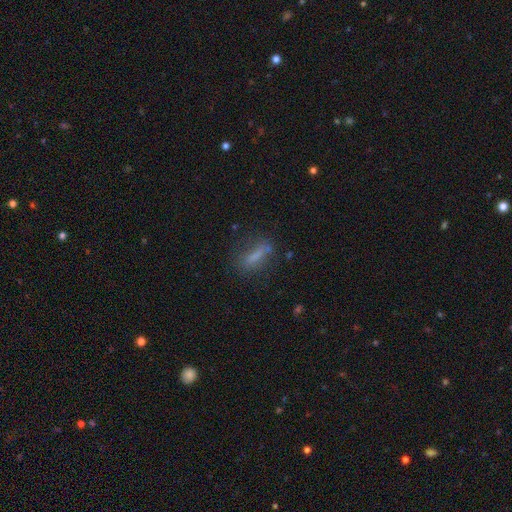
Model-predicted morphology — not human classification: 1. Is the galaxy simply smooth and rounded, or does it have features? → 67% smooth, 21% featured or disk, 12% star or artifact.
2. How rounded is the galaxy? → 63% cigar-shaped, 33% in between, 4% round.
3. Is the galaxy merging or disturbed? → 67% none, 19% minor disturbance, 11% major disturbance, 4% merger.